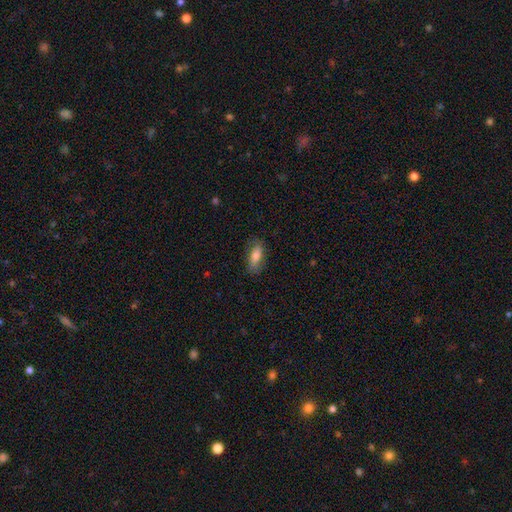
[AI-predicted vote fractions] smooth_or_featured: smooth (p=0.72) [alt: featured or disk p=0.21]
how_rounded: in between (p=0.81) [alt: cigar-shaped p=0.15]
merging: none (p=0.74) [alt: minor disturbance p=0.19]